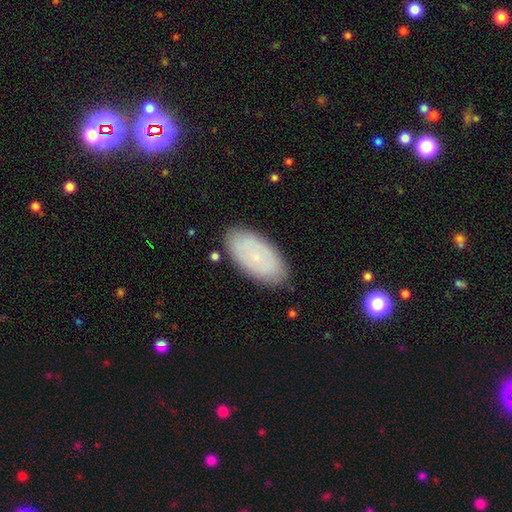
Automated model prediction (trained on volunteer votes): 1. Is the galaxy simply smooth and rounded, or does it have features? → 60% smooth, 31% featured or disk, 9% star or artifact.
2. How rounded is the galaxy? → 94% in between, 3% cigar-shaped, 3% round.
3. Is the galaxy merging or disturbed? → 85% none, 11% minor disturbance, 3% major disturbance, 1% merger.